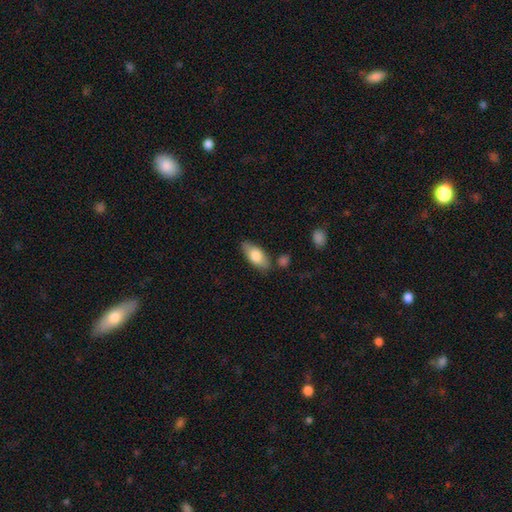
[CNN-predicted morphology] smooth 76%, featured or disk 18%, star or artifact 6%. Down the decision tree: how rounded — in between (85%); merging — none (79%).